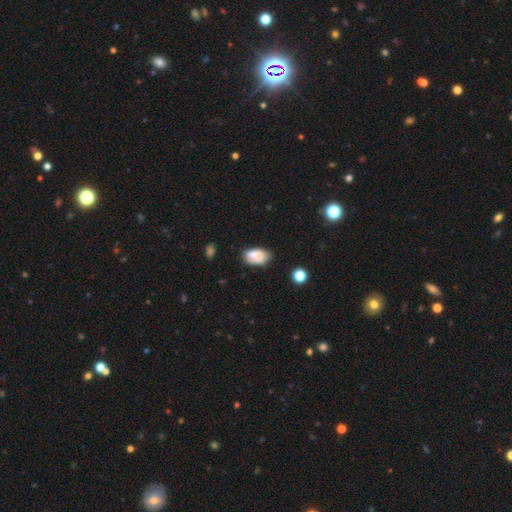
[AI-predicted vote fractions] Smooth or featured? smooth (76%)
How rounded? in between (92%)
Merging? none (60%)